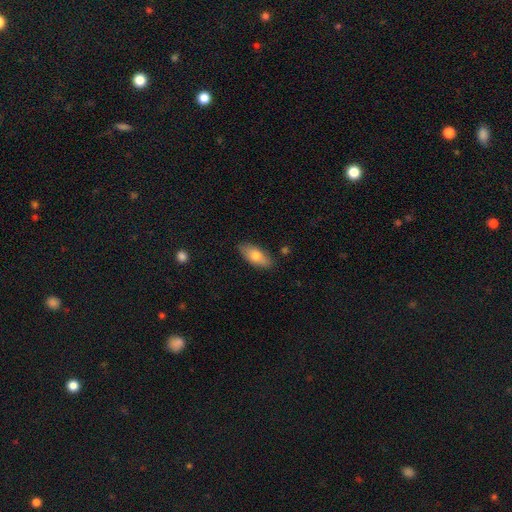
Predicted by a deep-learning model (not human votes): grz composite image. It shows a smooth galaxy with no disk features (73%) that is in between round and cigar-shaped (84%). Merging: none (84%).